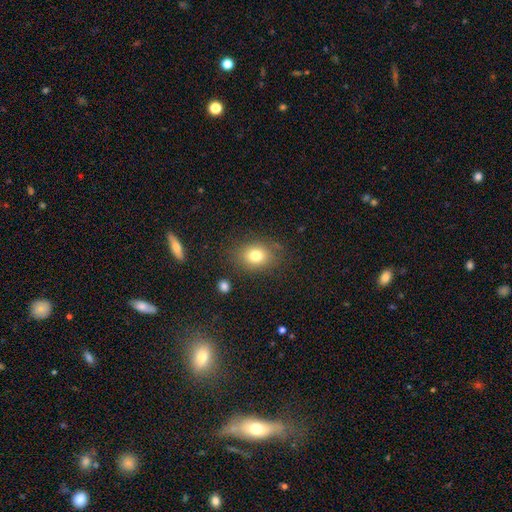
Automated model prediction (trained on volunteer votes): The model was most divided on "how rounded": round: 50%, in between: 49%, cigar-shaped: 1%. More confident: merging — none (79%); smooth or featured — smooth (77%).